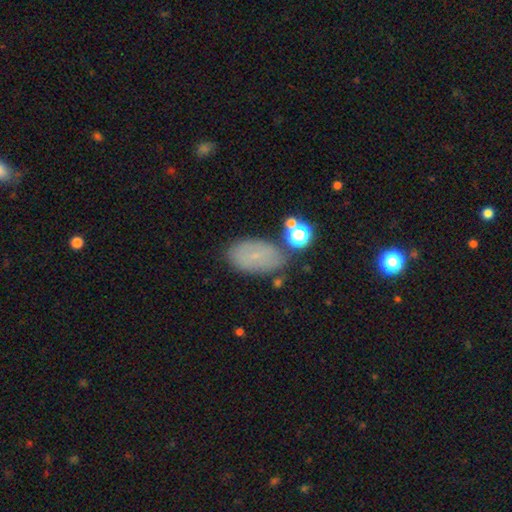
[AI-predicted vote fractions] Smooth or featured? Predicted: smooth (p=0.66). How rounded? Predicted: in between (p=0.91). Merging? Predicted: none (p=0.68).